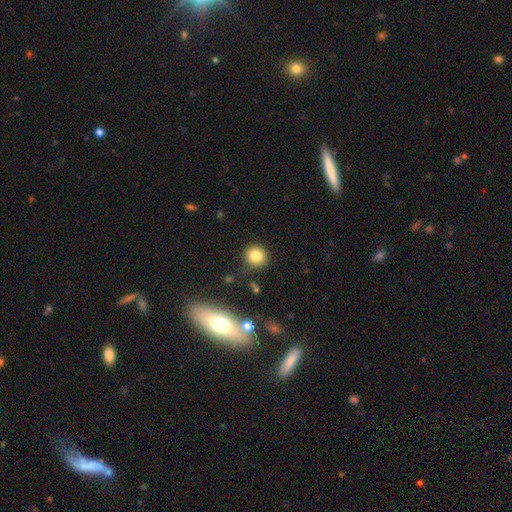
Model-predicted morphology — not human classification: This is clearly a smooth galaxy (82%). How rounded: clearly round (90%). Merging: clearly none (85%).